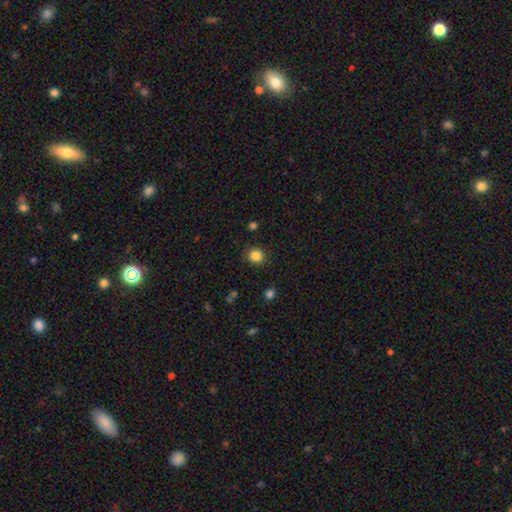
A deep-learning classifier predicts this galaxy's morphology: This appears to be a smooth galaxy with no disk features (84%) that is round (88%). Merging: none (90%).